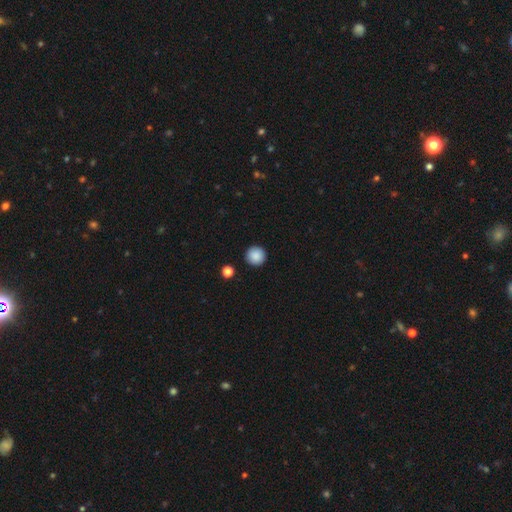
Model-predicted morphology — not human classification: This is clearly a smooth galaxy (89%). How rounded: clearly round (96%). Merging: clearly none (92%).